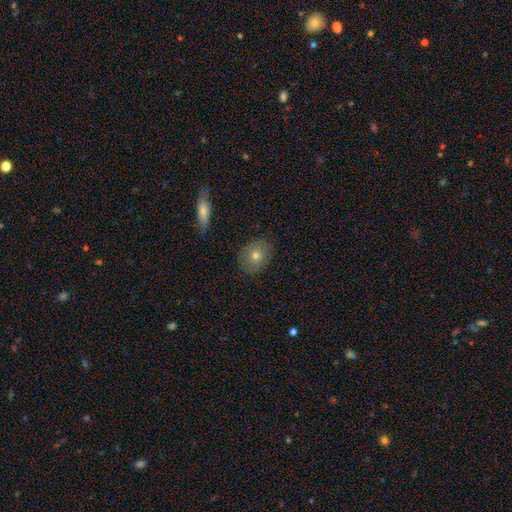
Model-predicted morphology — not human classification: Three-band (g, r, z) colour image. It shows a smooth galaxy with no disk features (68%) that is round (51%). Merging: none (86%).